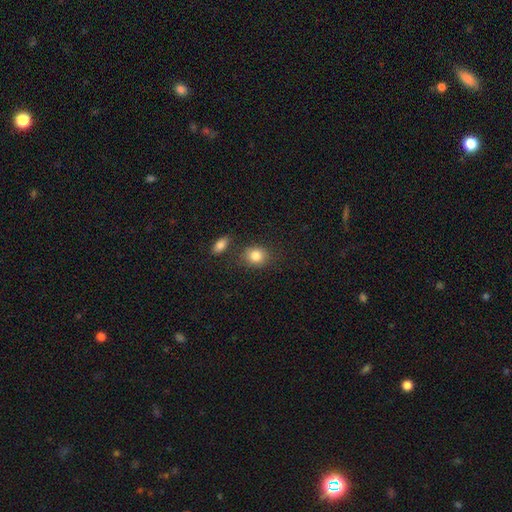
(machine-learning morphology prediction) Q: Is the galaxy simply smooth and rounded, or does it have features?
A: smooth — 84%.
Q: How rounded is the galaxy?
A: round — 63%.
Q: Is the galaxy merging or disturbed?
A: none — 73%.